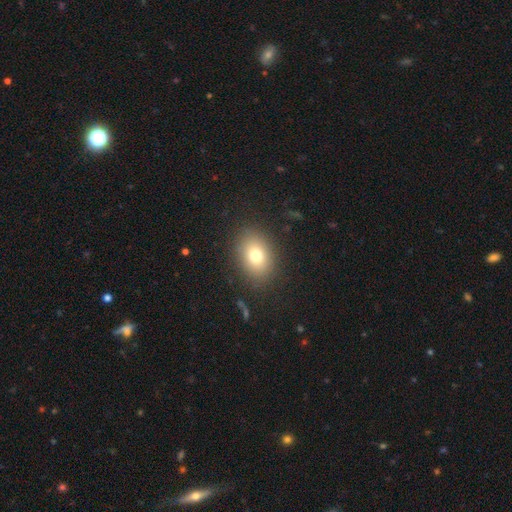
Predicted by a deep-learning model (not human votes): Smooth or featured?
  - smooth: 76% *
  - featured or disk: 12%
  - star or artifact: 12%
How rounded?
  - in between: 67% *
  - round: 32%
  - cigar-shaped: 1%
Merging?
  - none: 86% *
  - minor disturbance: 9%
  - major disturbance: 4%
  - merger: 1%